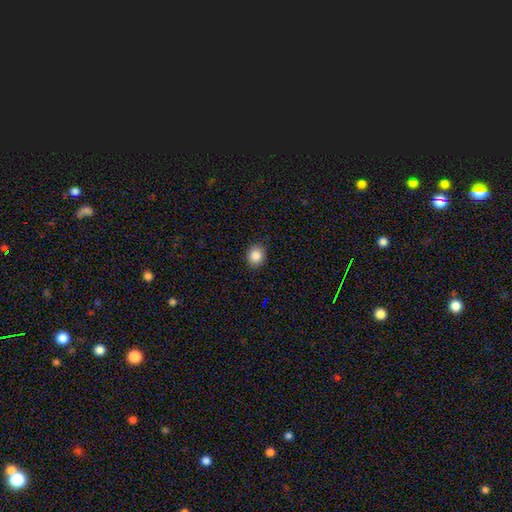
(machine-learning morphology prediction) Smooth or featured?
  - smooth: 86% *
  - star or artifact: 10%
  - featured or disk: 5%
How rounded?
  - round: 74% *
  - in between: 25%
  - cigar-shaped: 1%
Merging?
  - none: 90% *
  - minor disturbance: 8%
  - major disturbance: 2%
  - merger: 1%